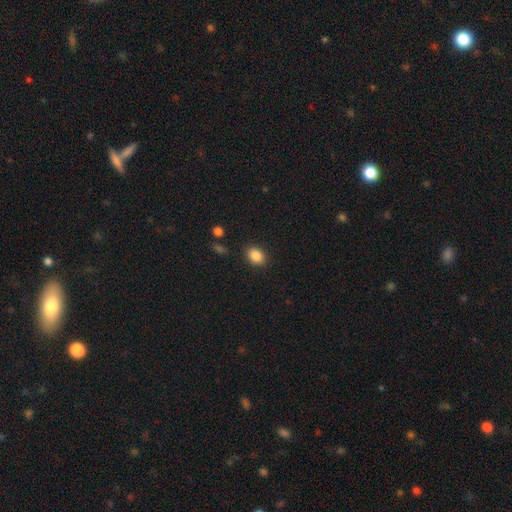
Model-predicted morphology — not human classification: type=smooth (86%); roundness=in between (68%); merging=none (87%).